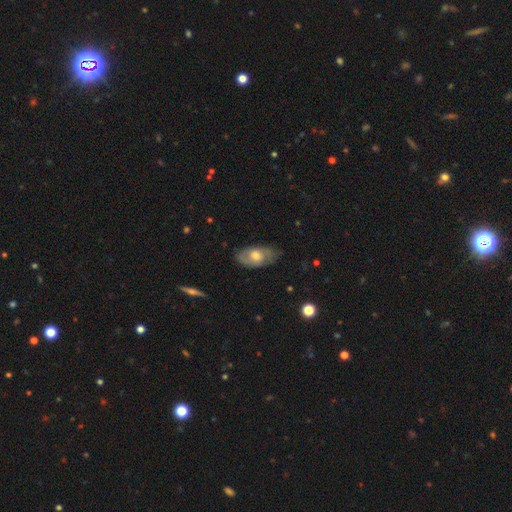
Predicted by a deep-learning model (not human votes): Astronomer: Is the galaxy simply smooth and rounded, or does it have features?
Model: featured or disk — 49% (runner-up: smooth, 45%).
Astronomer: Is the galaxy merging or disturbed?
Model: none — 72%.